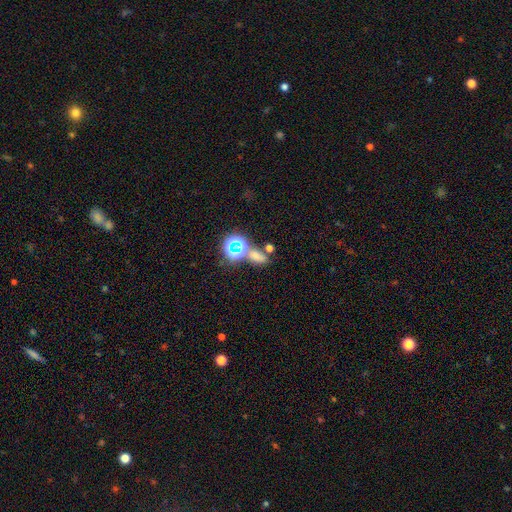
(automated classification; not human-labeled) Morphology: type=smooth (55%); roundness=in between (68%); merging=none (55%).